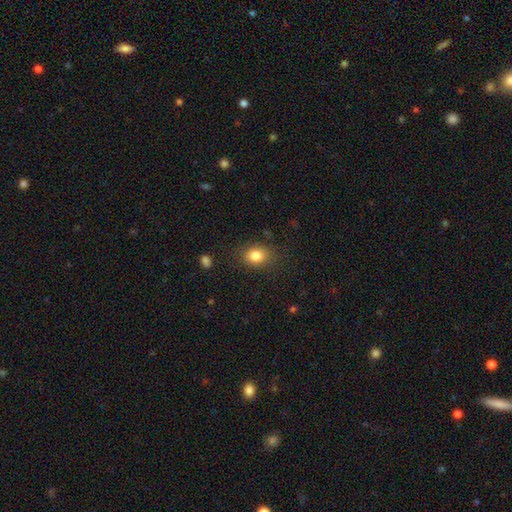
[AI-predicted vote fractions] The model was most divided on "how rounded": round: 50%, in between: 49%, cigar-shaped: 1%. More confident: smooth or featured — smooth (83%); merging — none (82%).